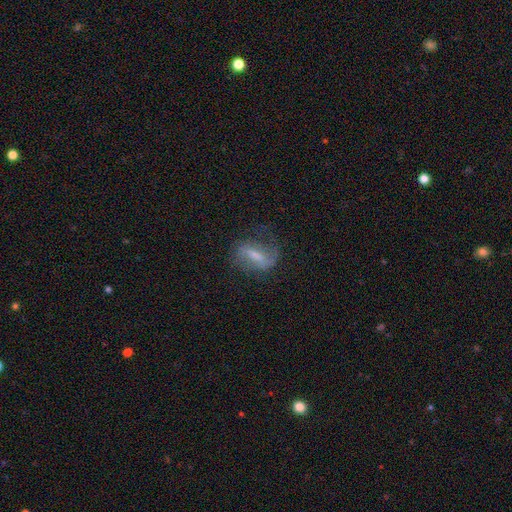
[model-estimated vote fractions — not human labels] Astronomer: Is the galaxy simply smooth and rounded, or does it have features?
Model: featured or disk — 58% (runner-up: smooth, 33%).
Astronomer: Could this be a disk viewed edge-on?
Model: no — 90%.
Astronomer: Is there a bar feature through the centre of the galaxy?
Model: strong — 48% (runner-up: weak, 37%).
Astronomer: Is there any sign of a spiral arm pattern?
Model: yes — 71%.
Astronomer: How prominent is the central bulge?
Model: moderate — 33% (runner-up: small, 32%).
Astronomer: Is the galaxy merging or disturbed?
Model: none — 57%.